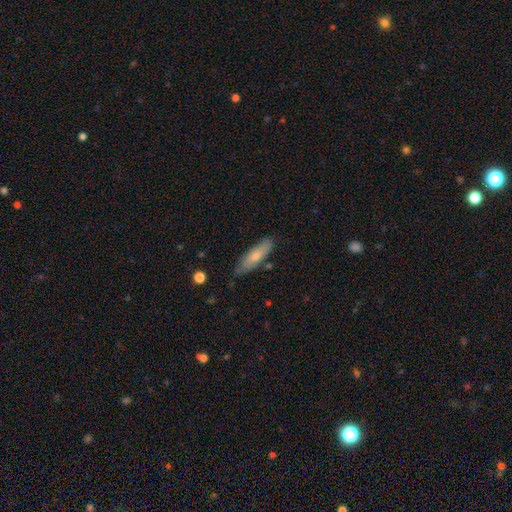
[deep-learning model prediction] smooth 68%, featured or disk 26%, star or artifact 6%. Down the decision tree: how rounded — cigar-shaped (49%, tied with in between); merging — none (77%).